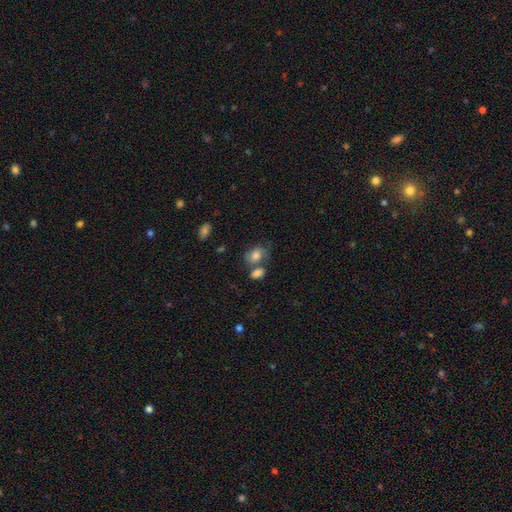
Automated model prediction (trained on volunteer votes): Smooth or featured?
  - smooth: 77% *
  - featured or disk: 15%
  - star or artifact: 9%
How rounded?
  - in between: 76% *
  - round: 22%
  - cigar-shaped: 2%
Merging?
  - none: 43% *
  - merger: 32%
  - minor disturbance: 17%
  - major disturbance: 8%